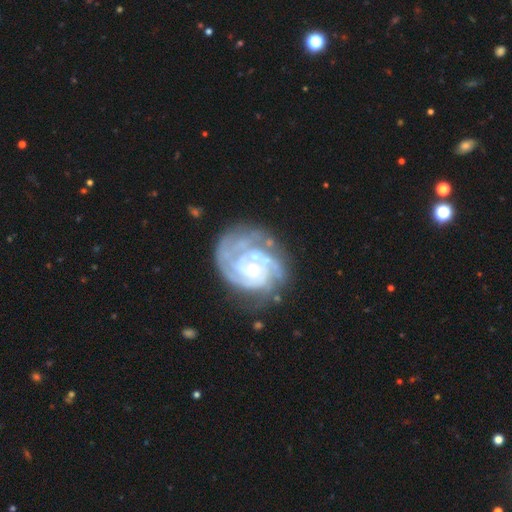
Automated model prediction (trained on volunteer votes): This appears to be a featured or disk galaxy (87%) with no bar (65%), 3 (26%) tight (75%) spiral arms (97%) and a small central bulge (60%). Merging: none (66%).